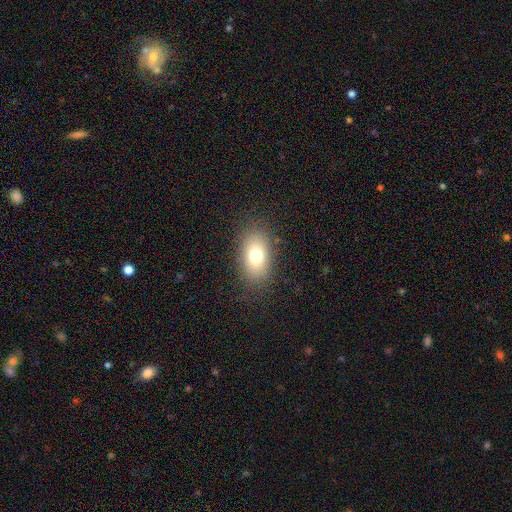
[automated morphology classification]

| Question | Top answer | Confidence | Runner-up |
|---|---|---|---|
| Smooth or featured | smooth | 75% | featured or disk (14%) |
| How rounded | in between | 84% | round (14%) |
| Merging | none | 83% | minor disturbance (11%) |